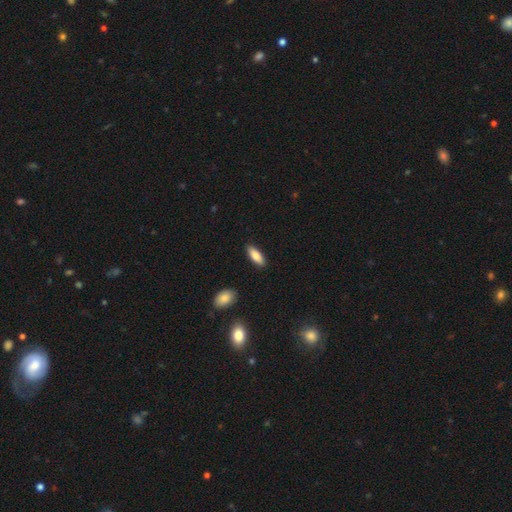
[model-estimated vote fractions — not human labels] The model was most divided on "how rounded": in between: 73%, cigar-shaped: 25%, round: 2%. More confident: merging — none (89%); smooth or featured — smooth (85%).